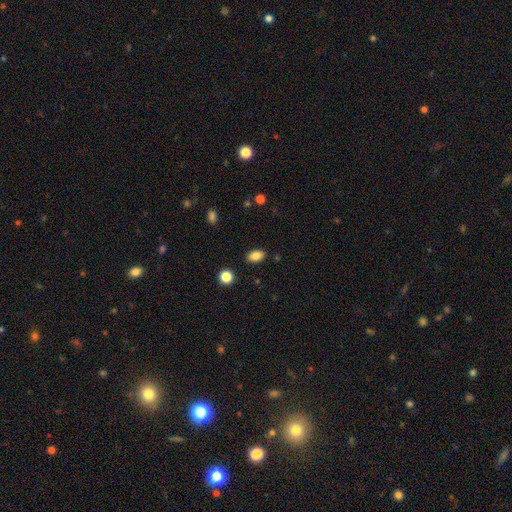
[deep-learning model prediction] smooth 84%, star or artifact 9%, featured or disk 6%. Down the decision tree: how rounded — in between (88%); merging — none (86%).